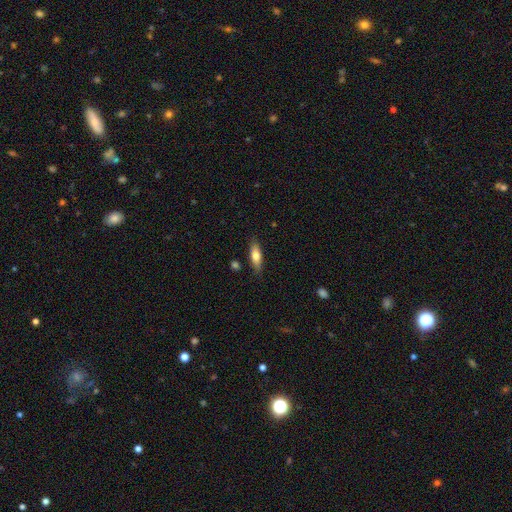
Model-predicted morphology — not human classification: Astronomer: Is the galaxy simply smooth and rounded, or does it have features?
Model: smooth — 67%.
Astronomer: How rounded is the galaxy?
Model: in between — 51% (runner-up: cigar-shaped, 46%).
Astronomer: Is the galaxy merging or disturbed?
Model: none — 84%.